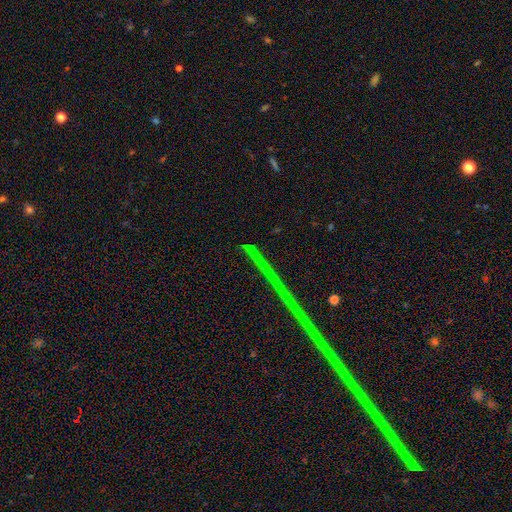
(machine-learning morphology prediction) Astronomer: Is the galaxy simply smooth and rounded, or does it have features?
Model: star or artifact — 78%.